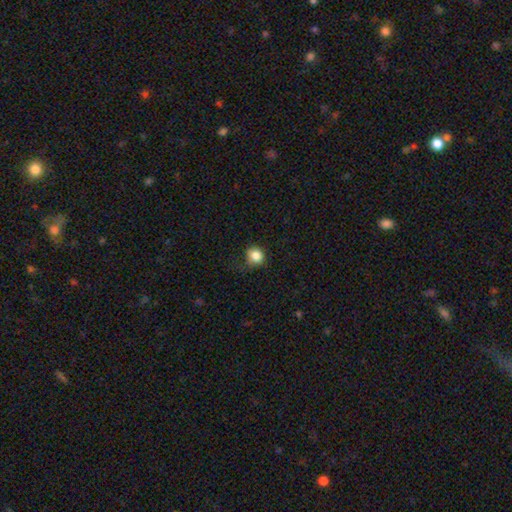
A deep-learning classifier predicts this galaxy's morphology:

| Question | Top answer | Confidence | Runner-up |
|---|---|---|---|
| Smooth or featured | smooth | 85% | star or artifact (10%) |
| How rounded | round | 84% | in between (15%) |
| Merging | none | 68% | minor disturbance (23%) |